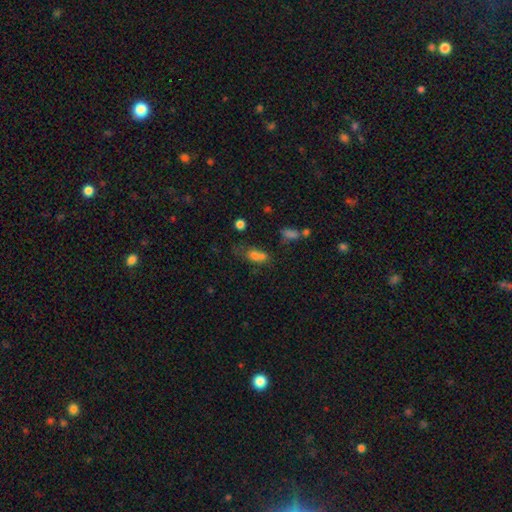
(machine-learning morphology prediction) The model was most divided on "merging": merger: 37%, none: 31%, minor disturbance: 18%, major disturbance: 13%. More confident: smooth or featured — smooth (71%); how rounded — in between (68%).